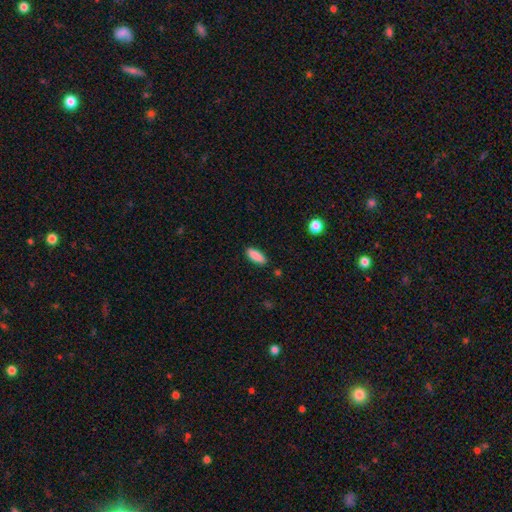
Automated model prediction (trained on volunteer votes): The model was most divided on "how rounded": in between: 70%, cigar-shaped: 28%, round: 2%. More confident: smooth or featured — smooth (89%); merging — none (87%).